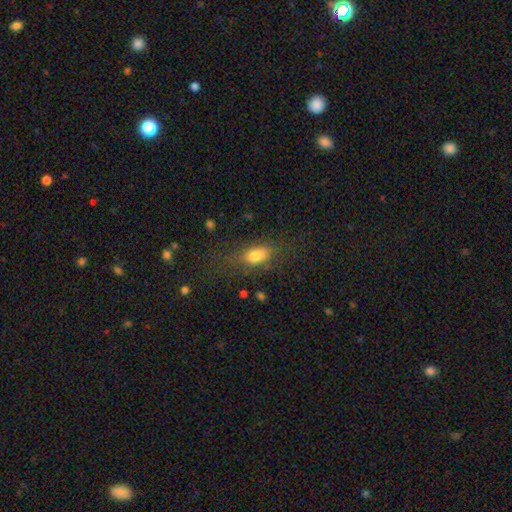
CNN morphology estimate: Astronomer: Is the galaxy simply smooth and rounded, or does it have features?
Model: smooth — 77%.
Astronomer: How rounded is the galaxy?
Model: in between — 80%.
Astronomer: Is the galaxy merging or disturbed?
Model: none — 63%.